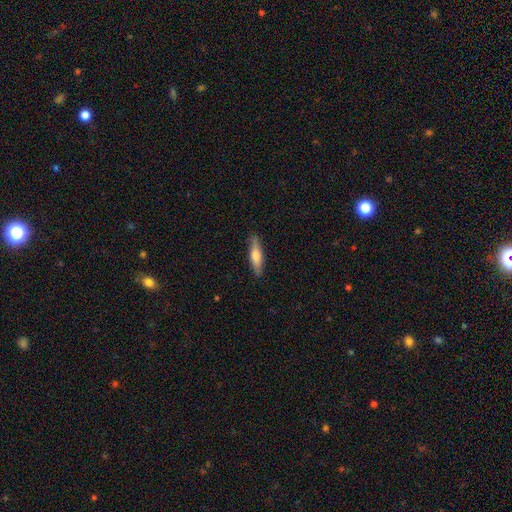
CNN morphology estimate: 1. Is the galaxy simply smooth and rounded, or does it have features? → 58% smooth, 36% featured or disk, 6% star or artifact.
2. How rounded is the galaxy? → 76% cigar-shaped, 22% in between, 2% round.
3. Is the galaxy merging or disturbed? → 87% none, 10% minor disturbance, 2% major disturbance, 1% merger.